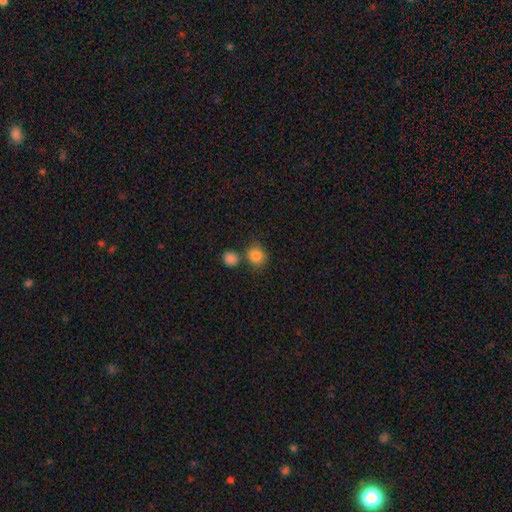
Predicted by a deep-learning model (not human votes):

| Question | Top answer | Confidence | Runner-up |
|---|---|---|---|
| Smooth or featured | smooth | 84% | star or artifact (10%) |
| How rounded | round | 79% | in between (20%) |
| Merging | none | 60% | merger (23%) |